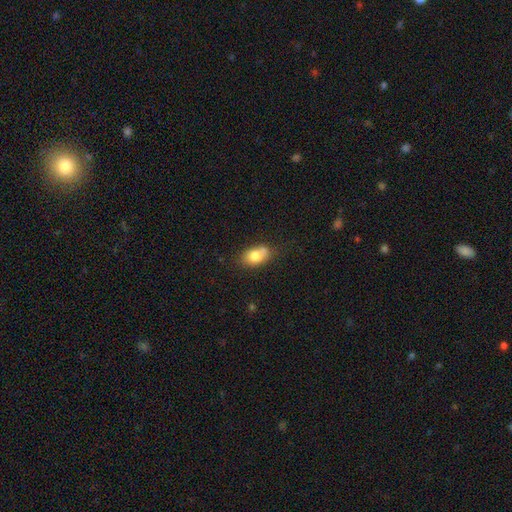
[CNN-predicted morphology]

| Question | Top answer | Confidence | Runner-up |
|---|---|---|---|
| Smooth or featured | smooth | 79% | featured or disk (13%) |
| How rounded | in between | 83% | round (15%) |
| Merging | none | 60% | minor disturbance (24%) |